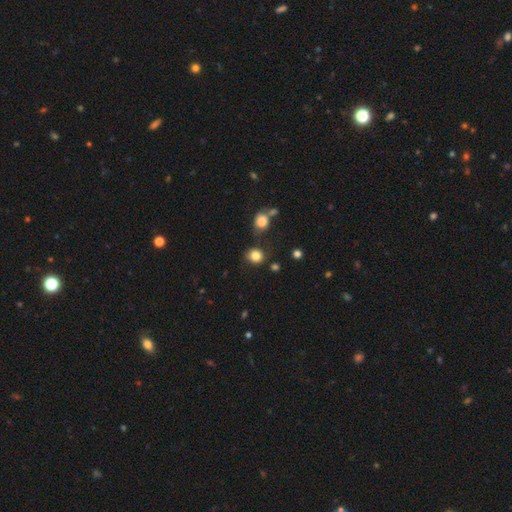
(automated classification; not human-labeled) The model was most divided on "merging": none: 76%, minor disturbance: 14%, merger: 6%, major disturbance: 5%. More confident: smooth or featured — smooth (82%); how rounded — round (81%).